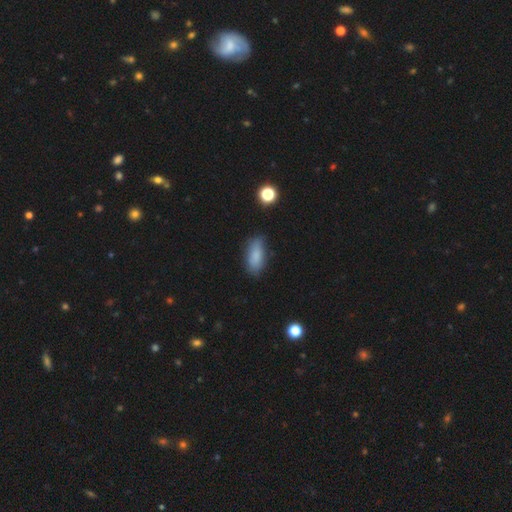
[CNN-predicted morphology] Q: Smooth or featured?
A: smooth (84%); runner-up: star or artifact (8%)
Q: How rounded?
A: in between (82%); runner-up: cigar-shaped (15%)
Q: Merging?
A: none (77%); runner-up: minor disturbance (17%)